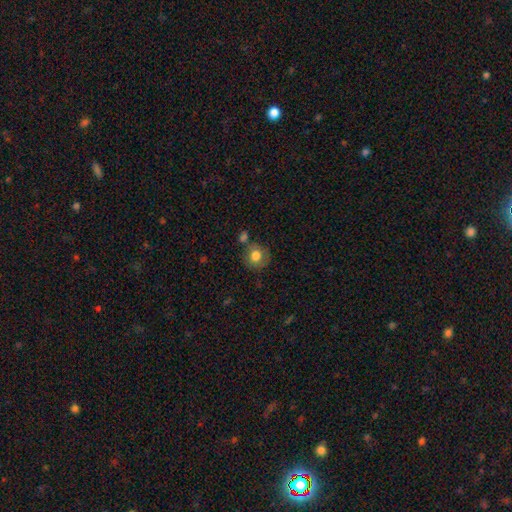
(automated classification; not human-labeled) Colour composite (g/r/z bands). It shows a smooth galaxy with no disk features (75%) that is round (85%). Merging: none (67%).